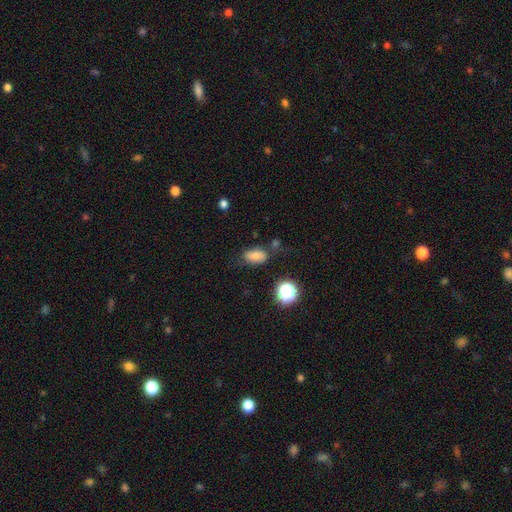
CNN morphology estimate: Smooth or featured? Predicted: smooth (p=0.75). How rounded? Predicted: in between (p=0.87). Merging? Predicted: none (p=0.67).